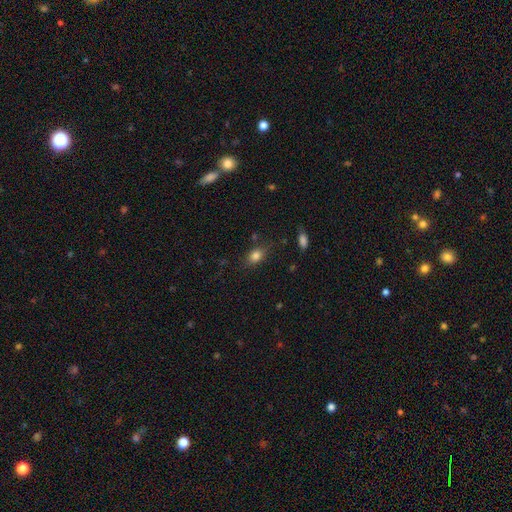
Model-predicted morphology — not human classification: Q: Smooth or featured?
A: smooth (82%); runner-up: star or artifact (11%)
Q: How rounded?
A: in between (71%); runner-up: round (26%)
Q: Merging?
A: none (76%); runner-up: minor disturbance (17%)